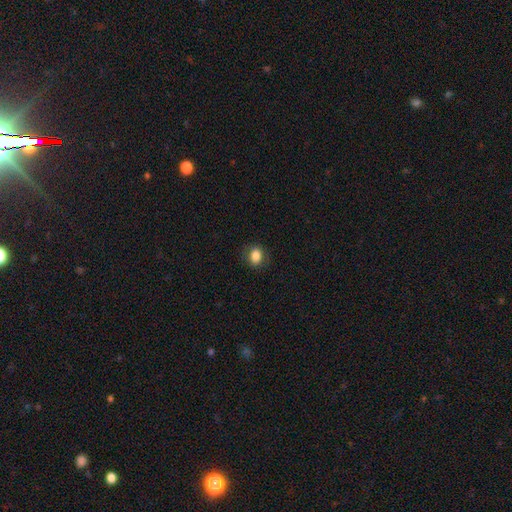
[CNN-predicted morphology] smooth-or-featured: smooth: 85% | star or artifact: 9% | featured or disk: 6%
  how-rounded: in between: 57% | round: 42% | cigar-shaped: 1%
  merging: none: 83% | minor disturbance: 12% | major disturbance: 4% | merger: 1%